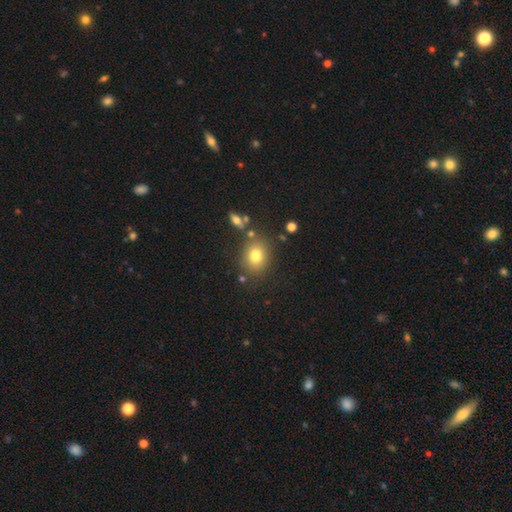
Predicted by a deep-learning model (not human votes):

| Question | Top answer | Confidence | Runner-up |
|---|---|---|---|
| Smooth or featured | smooth | 77% | star or artifact (12%) |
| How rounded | round | 53% | in between (46%) |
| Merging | none | 78% | minor disturbance (11%) |